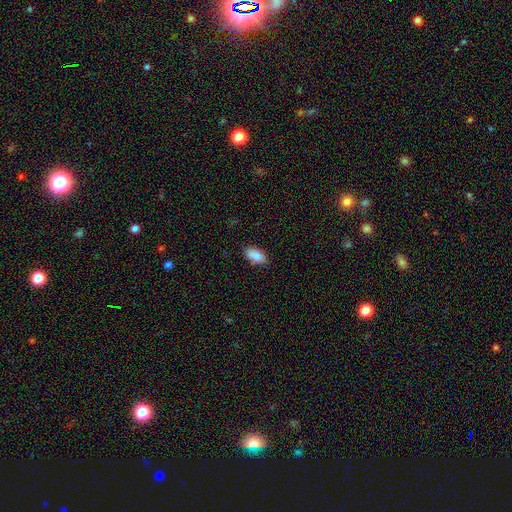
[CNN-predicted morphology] Smooth or featured? Predicted: smooth (p=0.85). How rounded? Predicted: in between (p=0.92). Merging? Predicted: none (p=0.73).